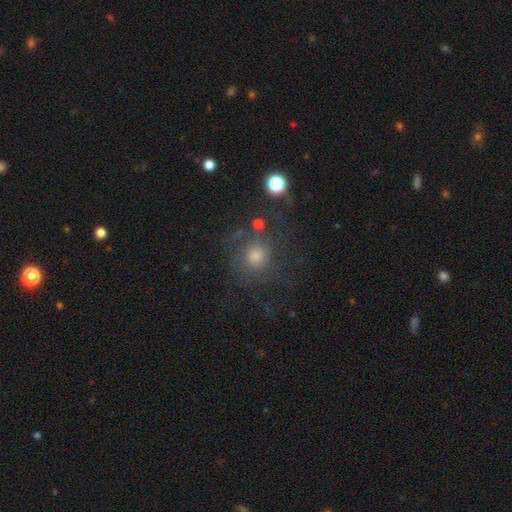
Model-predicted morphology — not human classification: A smooth galaxy with no disk features (47%). Merging: none (65%).